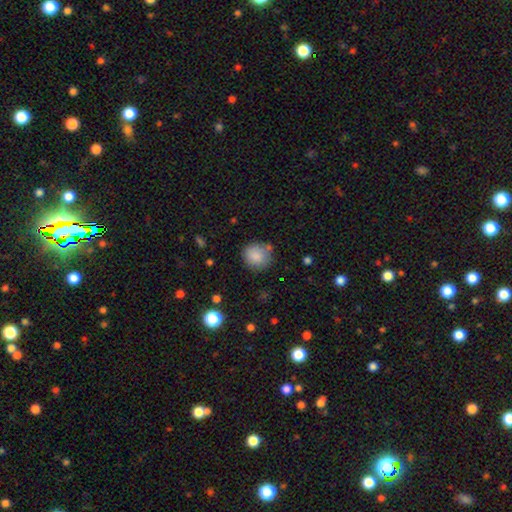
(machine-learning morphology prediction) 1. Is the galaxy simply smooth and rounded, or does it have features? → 86% smooth, 9% star or artifact, 5% featured or disk.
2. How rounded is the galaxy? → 88% round, 11% in between, 1% cigar-shaped.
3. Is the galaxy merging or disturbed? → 76% none, 15% minor disturbance, 5% major disturbance, 4% merger.